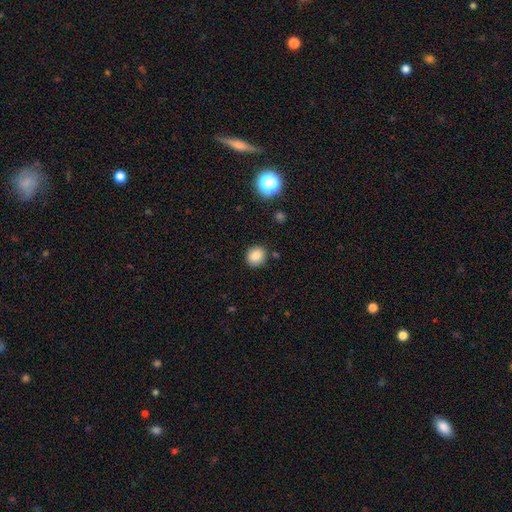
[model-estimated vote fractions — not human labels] Smooth or featured? smooth (84%)
How rounded? round (80%)
Merging? none (85%)